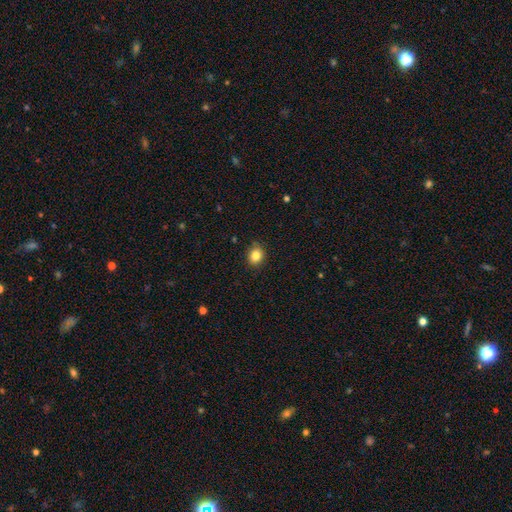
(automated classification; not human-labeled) Smooth or featured? Predicted: smooth (p=0.83). How rounded? Predicted: round (p=0.72). Merging? Predicted: none (p=0.85).